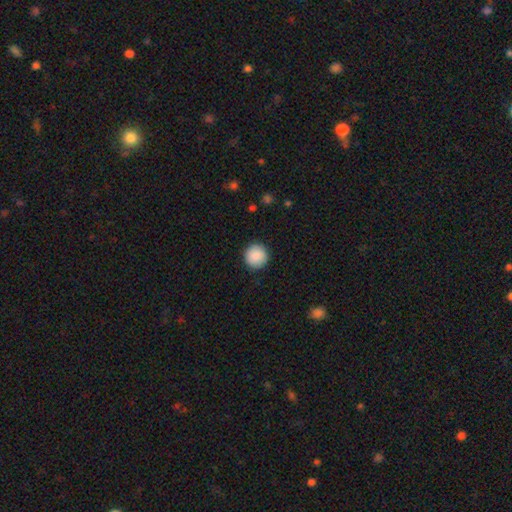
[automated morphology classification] smooth 90%, star or artifact 7%, featured or disk 3%. Down the decision tree: how rounded — round (96%); merging — none (92%).